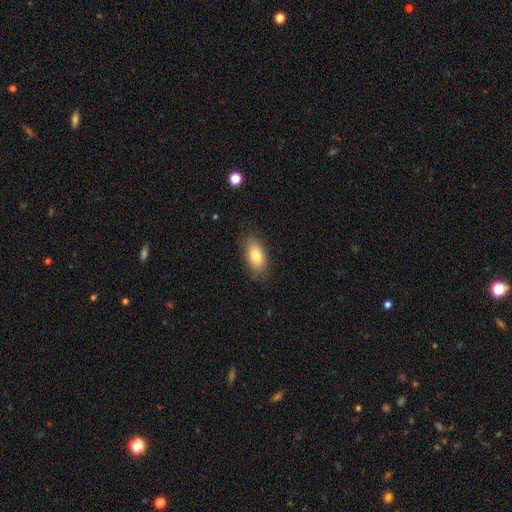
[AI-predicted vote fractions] Smooth or featured: smooth — 78% (featured or disk — 14%)
How rounded: in between — 90% (round — 5%)
Merging: none — 82% (minor disturbance — 14%)